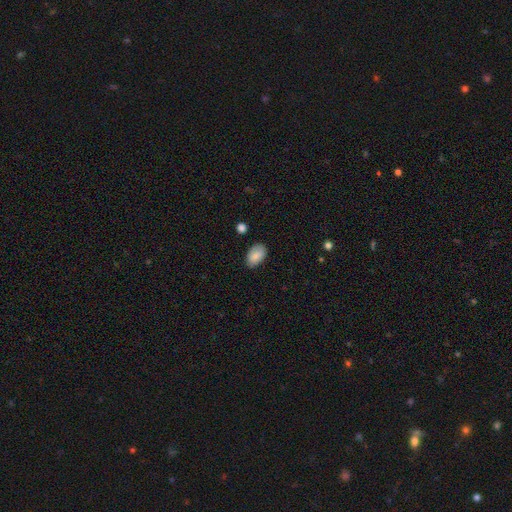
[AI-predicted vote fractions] This appears to be a smooth galaxy with no disk features (84%) that is in between round and cigar-shaped (92%). Merging: none (77%).